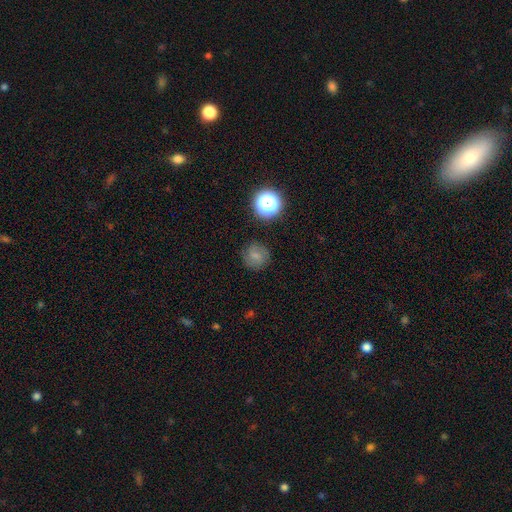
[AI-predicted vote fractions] Morphology: type=smooth (58%); roundness=round (88%); merging=none (80%).